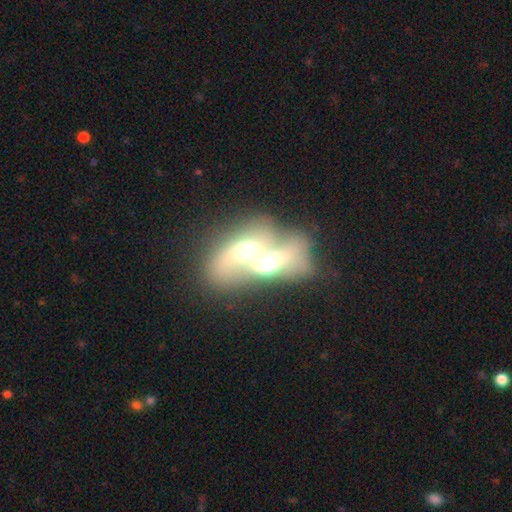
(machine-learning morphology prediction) smooth_or_featured: featured or disk (p=0.55) [alt: smooth p=0.36]
disk_edge_on: no (p=0.89) [alt: yes p=0.11]
merging: merger (p=0.82) [alt: none p=0.08]